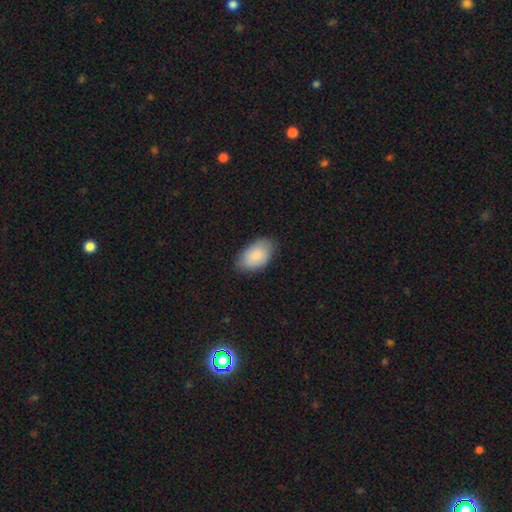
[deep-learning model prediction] The model was most divided on "merging": none: 77%, minor disturbance: 18%, major disturbance: 3%, merger: 1%. More confident: how rounded — in between (92%); smooth or featured — smooth (84%).